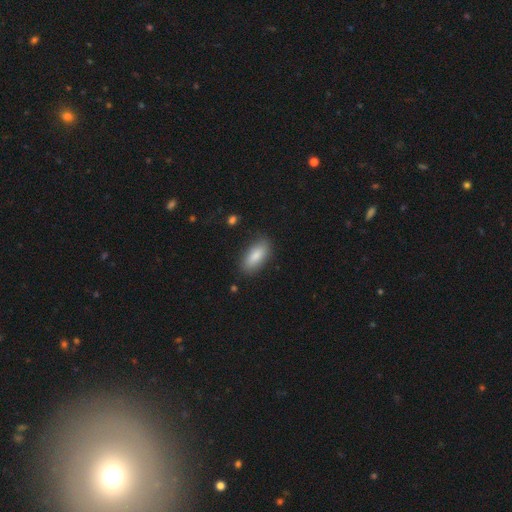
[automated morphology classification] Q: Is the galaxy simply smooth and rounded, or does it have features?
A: smooth — 85%.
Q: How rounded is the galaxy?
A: in between — 80%.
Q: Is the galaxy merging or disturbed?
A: none — 83%.